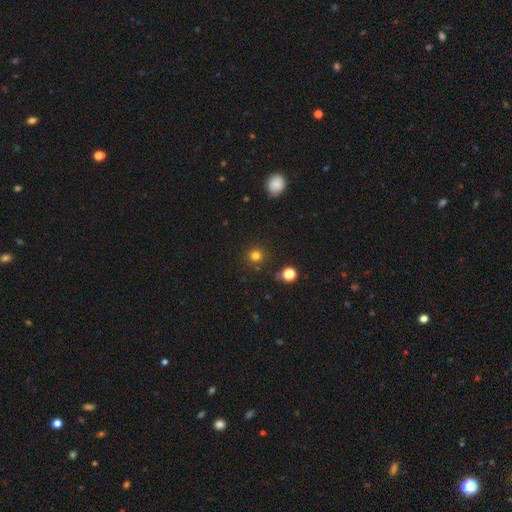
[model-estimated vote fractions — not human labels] A smooth galaxy with no disk features (78%) that is round (93%).

Vote fractions:
- Smooth or featured? smooth: 78% / star or artifact: 17% / featured or disk: 5%
- How rounded? round: 93% / in between: 6% / cigar-shaped: 1%
- Merging? none: 87% / minor disturbance: 8% / merger: 3% / major disturbance: 3%